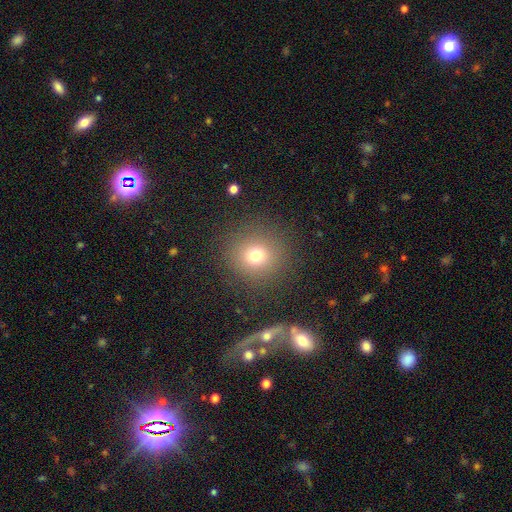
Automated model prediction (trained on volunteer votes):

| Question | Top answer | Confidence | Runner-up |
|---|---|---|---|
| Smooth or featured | smooth | 73% | star or artifact (17%) |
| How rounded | round | 92% | in between (7%) |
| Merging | none | 88% | minor disturbance (7%) |